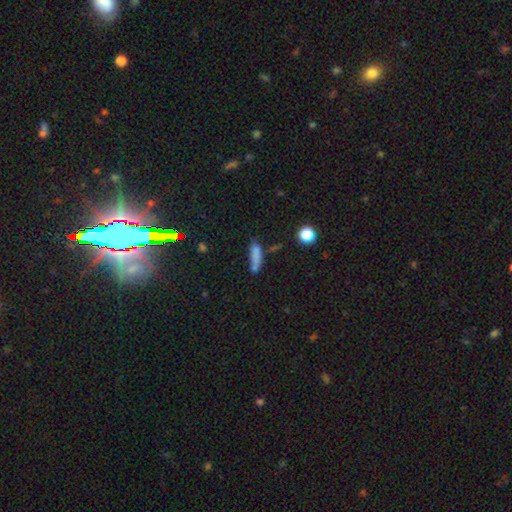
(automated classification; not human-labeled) A smooth galaxy with no disk features (74%) that is cigar-shaped (67%). Merging: none (52%).